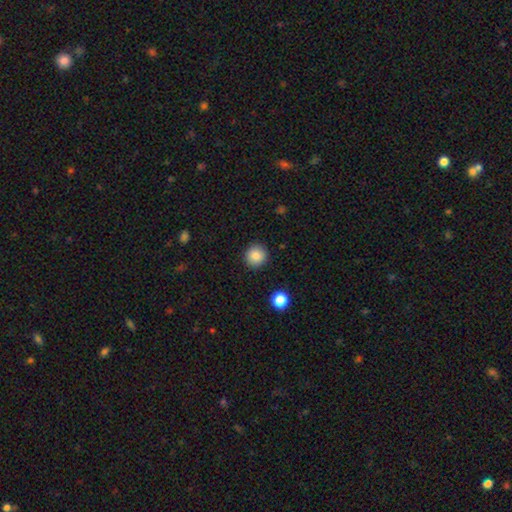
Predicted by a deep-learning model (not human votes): Smooth or featured: smooth — 86% (star or artifact — 9%)
How rounded: round — 93% (in between — 6%)
Merging: none — 91% (minor disturbance — 6%)